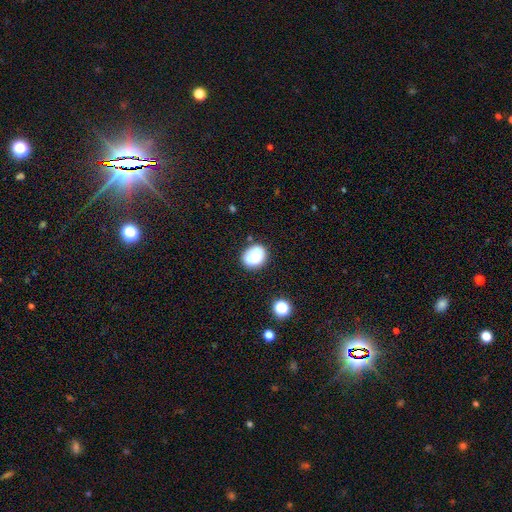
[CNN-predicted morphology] This is likely a smooth galaxy (77%). How rounded: possibly round (53%). Merging: likely none (62%).